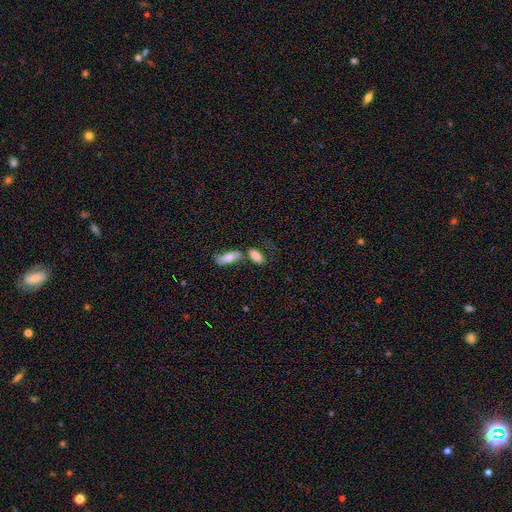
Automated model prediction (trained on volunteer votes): Smooth or featured: smooth — 81% (featured or disk — 12%)
How rounded: in between — 81% (cigar-shaped — 15%)
Merging: none — 44% (merger — 35%)